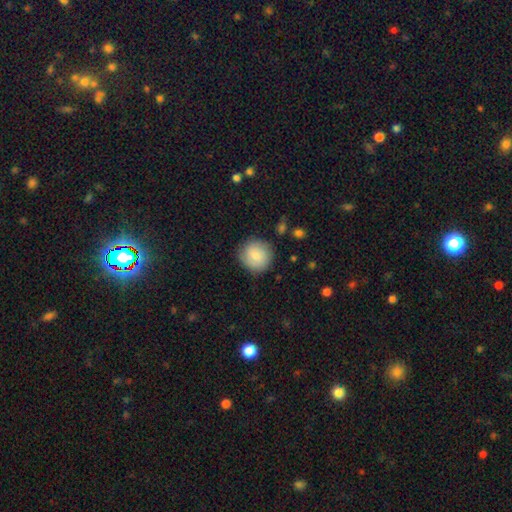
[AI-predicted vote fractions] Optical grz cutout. It shows a smooth galaxy with no disk features (79%) that is round (91%). Merging: none (82%).